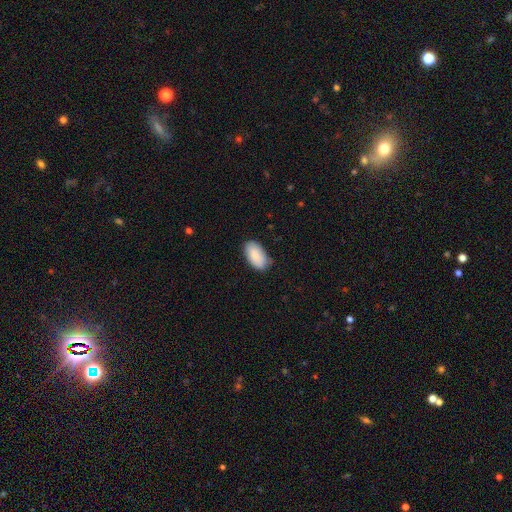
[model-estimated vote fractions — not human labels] Smooth or featured: smooth — 83% (featured or disk — 10%)
How rounded: in between — 95% (round — 4%)
Merging: none — 76% (minor disturbance — 20%)